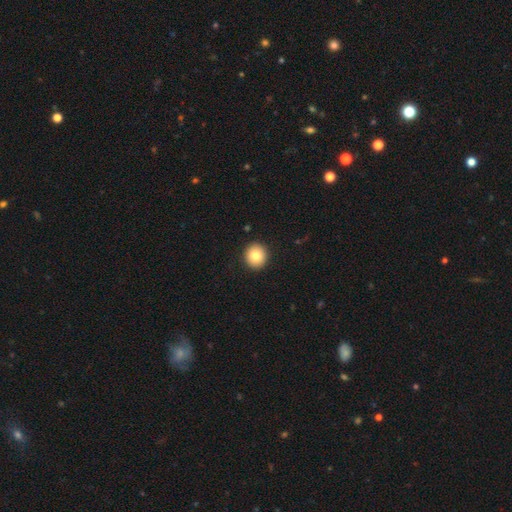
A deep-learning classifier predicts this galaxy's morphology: A smooth galaxy with no disk features (81%) that is round (88%). Merging: none (92%).